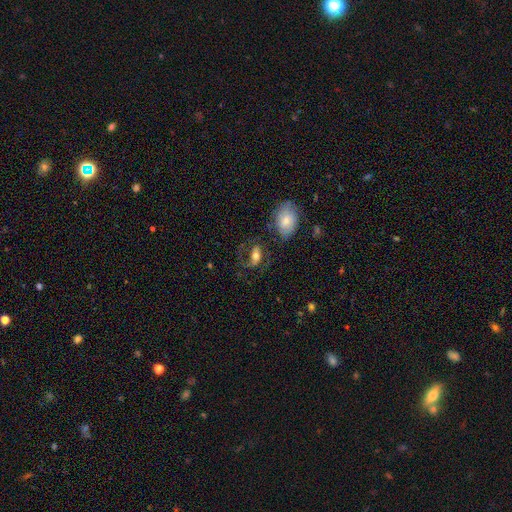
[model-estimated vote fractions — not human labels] This is possibly a featured or disk galaxy (52%). It is clearly not viewed edge-on (88%). Merging: possibly none (59%).